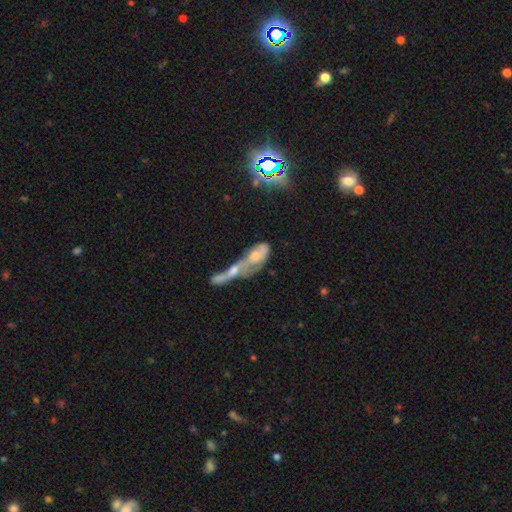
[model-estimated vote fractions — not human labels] Overall: featured or disk (45%; smooth 36%). Merging: merger (74%).